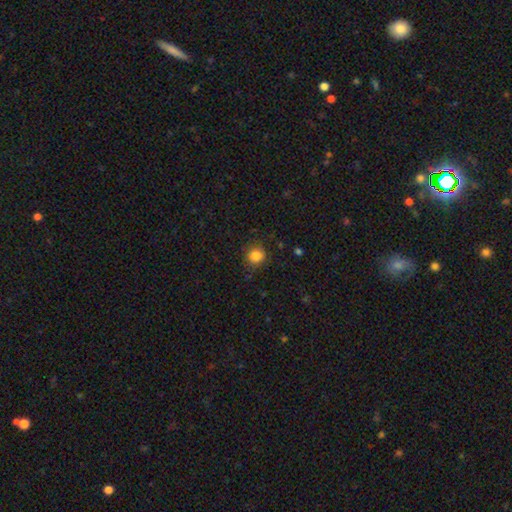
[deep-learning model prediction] Smooth or featured? smooth (85%)
How rounded? round (87%)
Merging? none (83%)